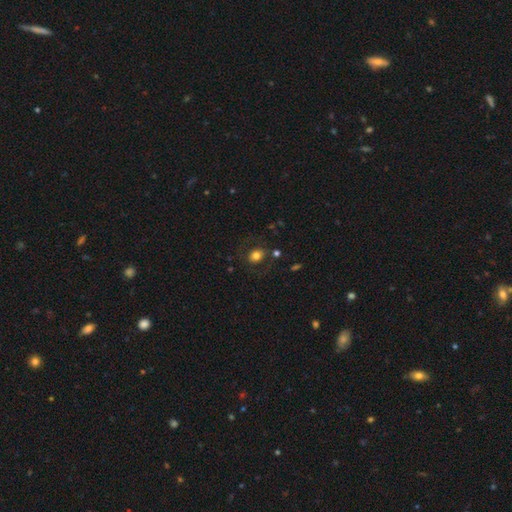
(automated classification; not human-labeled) A smooth galaxy with no disk features (74%) that is in between round and cigar-shaped (60%). Merging: none (75%).